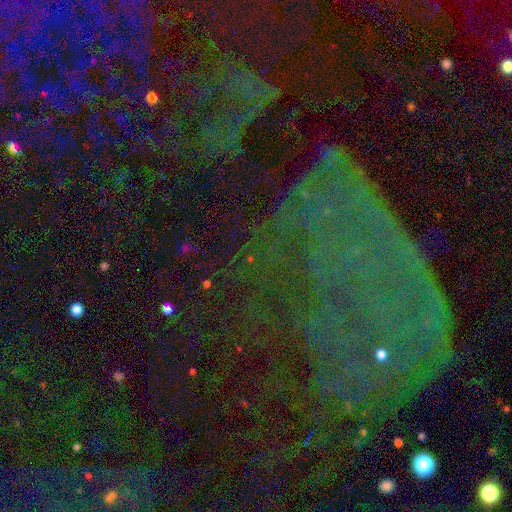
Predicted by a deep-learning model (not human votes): A star or artifact, not a galaxy (79%).

Vote fractions:
- Smooth or featured? star or artifact: 79% / featured or disk: 12% / smooth: 10%